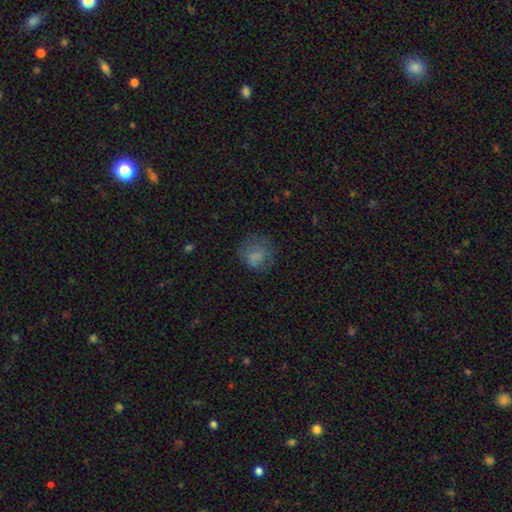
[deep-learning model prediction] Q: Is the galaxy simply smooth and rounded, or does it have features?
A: smooth — 75%.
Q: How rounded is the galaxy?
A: round — 79%.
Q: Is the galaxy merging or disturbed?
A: none — 65%.